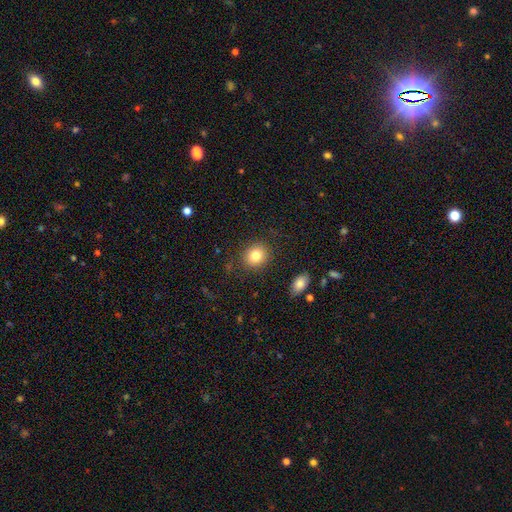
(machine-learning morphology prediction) smooth 83%, star or artifact 9%, featured or disk 8%. Down the decision tree: how rounded — round (67%); merging — none (86%).